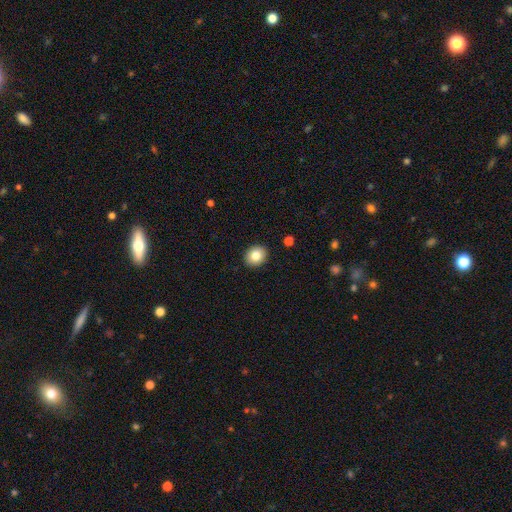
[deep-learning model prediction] A smooth galaxy with no disk features (83%) that is round (63%). Merging: none (91%).